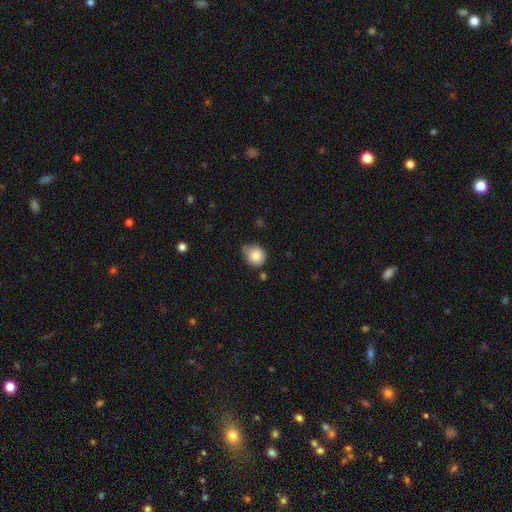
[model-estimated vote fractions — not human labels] Q: Smooth or featured?
A: smooth (84%); runner-up: star or artifact (9%)
Q: How rounded?
A: round (75%); runner-up: in between (24%)
Q: Merging?
A: none (51%); runner-up: minor disturbance (36%)